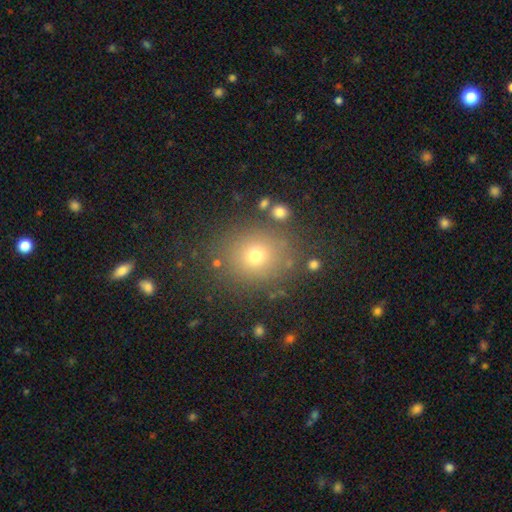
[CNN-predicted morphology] Smooth or featured? smooth (70%)
How rounded? round (79%)
Merging? none (82%)